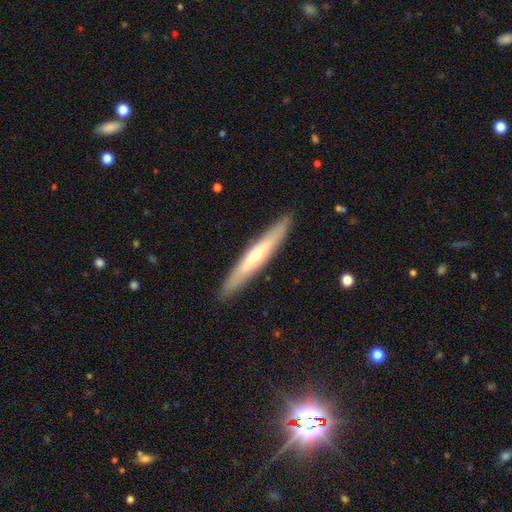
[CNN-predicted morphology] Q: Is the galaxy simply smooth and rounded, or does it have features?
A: featured or disk — 55%.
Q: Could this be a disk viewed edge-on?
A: yes — 91%.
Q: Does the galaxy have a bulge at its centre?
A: rounded — 67%.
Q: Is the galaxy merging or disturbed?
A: none — 90%.